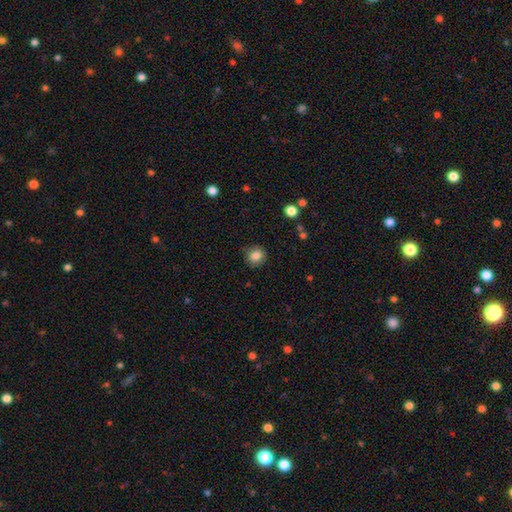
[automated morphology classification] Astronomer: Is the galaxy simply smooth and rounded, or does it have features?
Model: smooth — 83%.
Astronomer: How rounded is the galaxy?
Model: round — 85%.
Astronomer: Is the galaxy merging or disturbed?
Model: none — 84%.